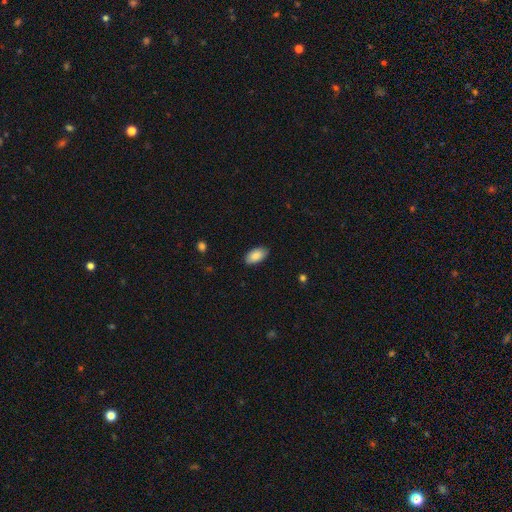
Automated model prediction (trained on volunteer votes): smooth-or-featured: smooth: 88% | star or artifact: 6% | featured or disk: 5%
  how-rounded: in between: 95% | round: 3% | cigar-shaped: 3%
  merging: none: 87% | minor disturbance: 10% | major disturbance: 2% | merger: 1%